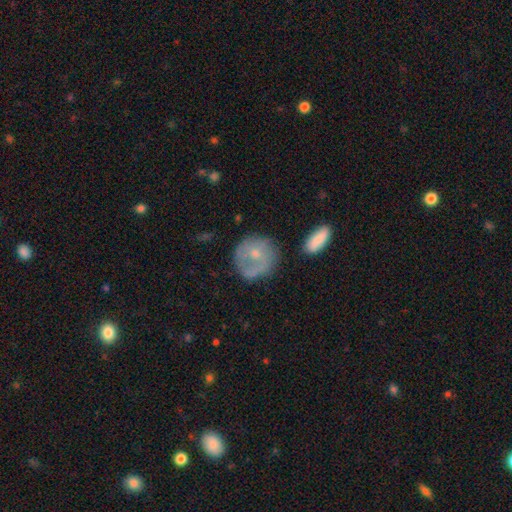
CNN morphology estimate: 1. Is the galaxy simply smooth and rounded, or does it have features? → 55% smooth, 37% featured or disk, 7% star or artifact.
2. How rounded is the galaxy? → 85% round, 14% in between, 1% cigar-shaped.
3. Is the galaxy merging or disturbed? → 56% none, 26% minor disturbance, 14% major disturbance, 4% merger.